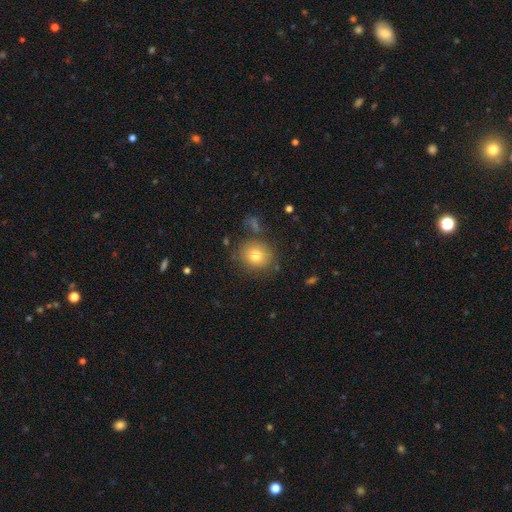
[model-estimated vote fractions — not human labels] Smooth or featured?
  - smooth: 76% *
  - star or artifact: 12%
  - featured or disk: 12%
How rounded?
  - round: 82% *
  - in between: 17%
  - cigar-shaped: 1%
Merging?
  - none: 81% *
  - minor disturbance: 11%
  - major disturbance: 4%
  - merger: 4%